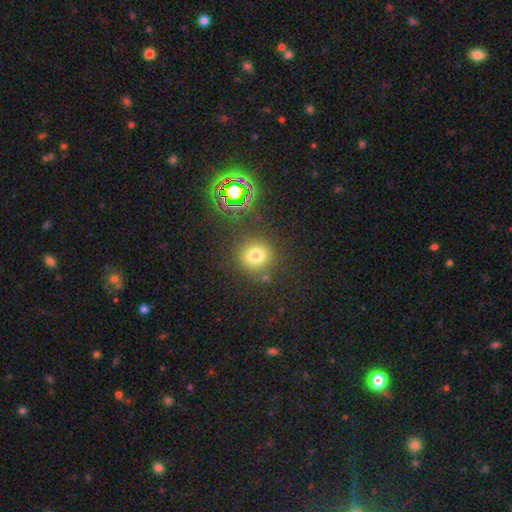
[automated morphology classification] type=smooth (71%); roundness=round (88%); merging=none (80%).